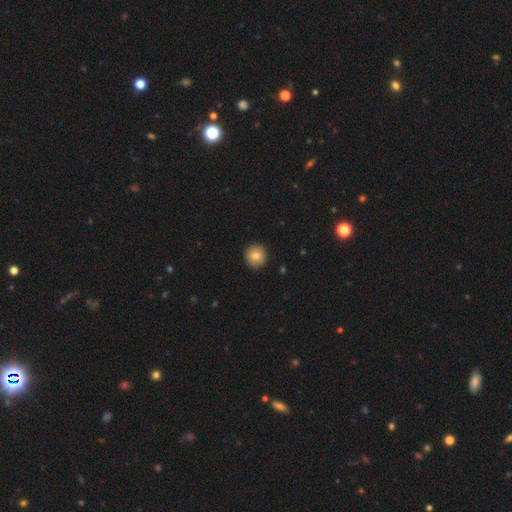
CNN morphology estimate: Q: Smooth or featured?
A: smooth (80%); runner-up: featured or disk (11%)
Q: How rounded?
A: round (94%); runner-up: in between (5%)
Q: Merging?
A: none (92%); runner-up: minor disturbance (6%)